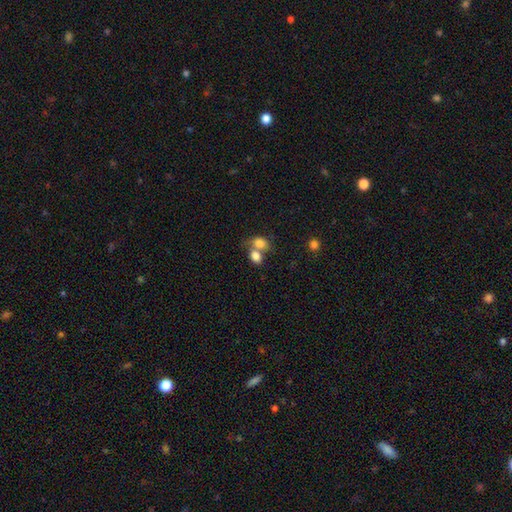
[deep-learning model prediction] smooth_or_featured: smooth (p=0.80) [alt: featured or disk p=0.11]
how_rounded: in between (p=0.65) [alt: round p=0.34]
merging: merger (p=0.59) [alt: none p=0.29]